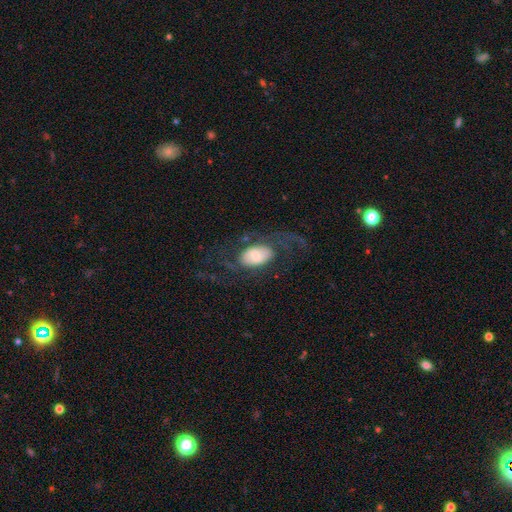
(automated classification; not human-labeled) Morphology: type=featured or disk (55%); edge-on=no (95%); bar=no (48%); spiral arms=yes (77%); bulge=moderate (31%); merging=none (42%).